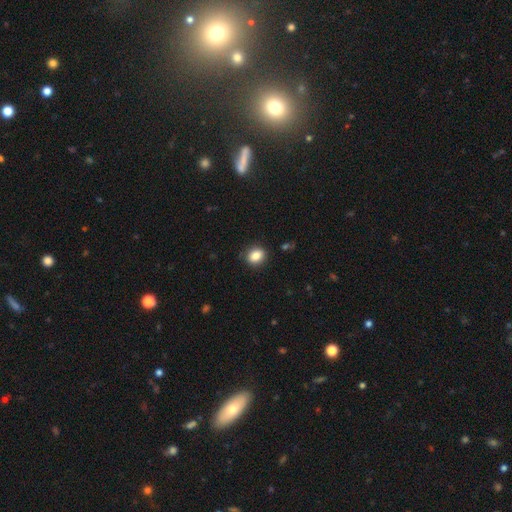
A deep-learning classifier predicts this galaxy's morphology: Smooth or featured?
  - smooth: 86% *
  - star or artifact: 9%
  - featured or disk: 5%
How rounded?
  - in between: 55% *
  - round: 44%
  - cigar-shaped: 1%
Merging?
  - none: 86% *
  - minor disturbance: 11%
  - major disturbance: 2%
  - merger: 1%